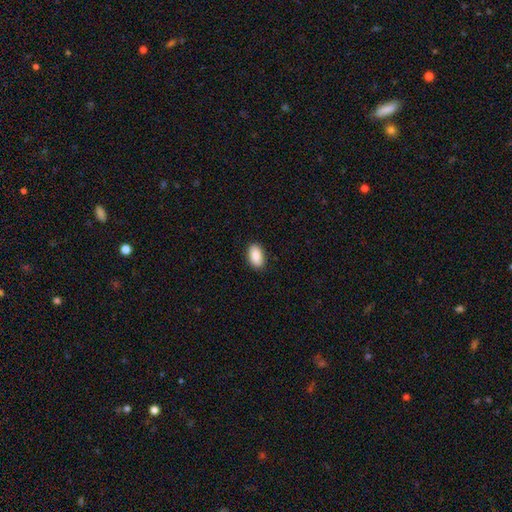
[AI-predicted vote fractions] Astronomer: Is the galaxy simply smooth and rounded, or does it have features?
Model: smooth — 89%.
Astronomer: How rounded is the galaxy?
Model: in between — 94%.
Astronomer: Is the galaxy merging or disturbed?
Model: none — 88%.